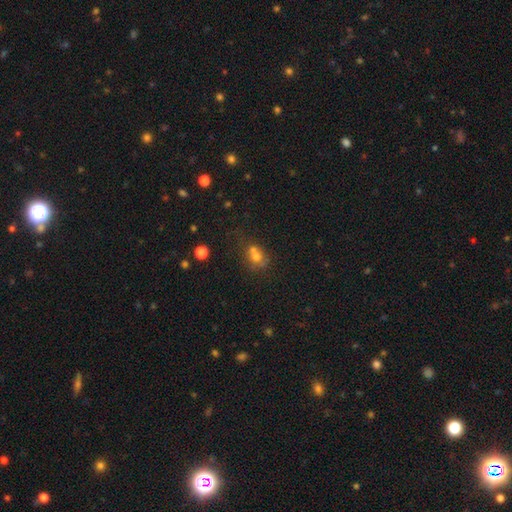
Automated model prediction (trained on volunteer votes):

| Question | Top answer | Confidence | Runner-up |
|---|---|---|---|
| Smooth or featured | smooth | 62% | star or artifact (19%) |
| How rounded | round | 69% | in between (30%) |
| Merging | merger | 52% | none (34%) |